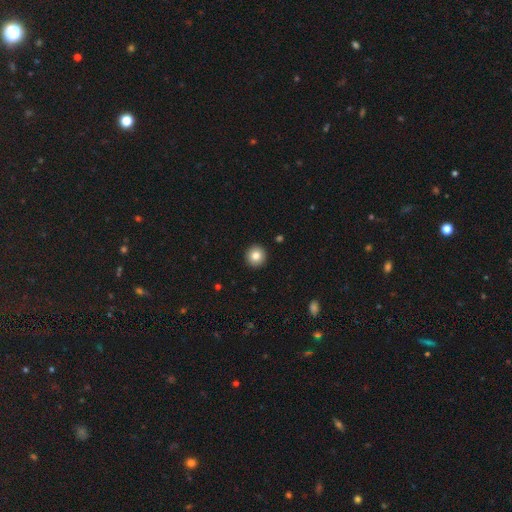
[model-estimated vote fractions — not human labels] Smooth or featured?
  - smooth: 83% *
  - star or artifact: 9%
  - featured or disk: 8%
How rounded?
  - round: 95% *
  - in between: 4%
  - cigar-shaped: 1%
Merging?
  - none: 93% *
  - minor disturbance: 4%
  - major disturbance: 1%
  - merger: 1%